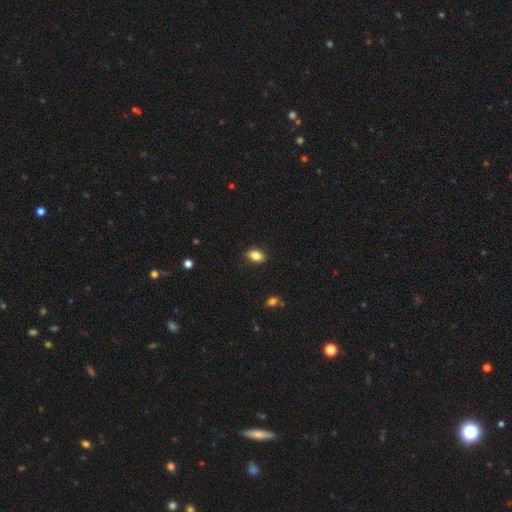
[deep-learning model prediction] A smooth galaxy with no disk features (85%) that is in between round and cigar-shaped (87%). Merging: none (87%).